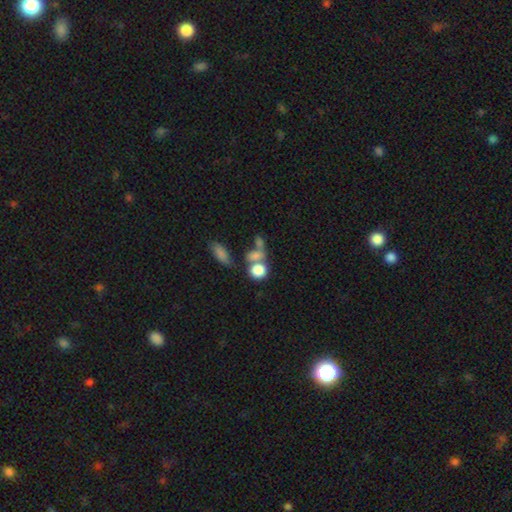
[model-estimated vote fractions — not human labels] Smooth or featured? Predicted: smooth (p=0.74). How rounded? Predicted: round (p=0.50). Merging? Predicted: merger (p=0.45).